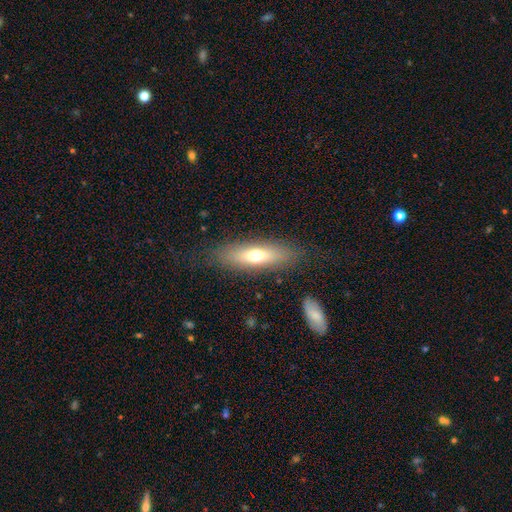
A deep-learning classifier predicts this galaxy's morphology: Smooth or featured?
  - smooth: 62% *
  - featured or disk: 31%
  - star or artifact: 8%
How rounded?
  - cigar-shaped: 50% *
  - in between: 46%
  - round: 3%
Merging?
  - none: 85% *
  - minor disturbance: 10%
  - major disturbance: 4%
  - merger: 1%